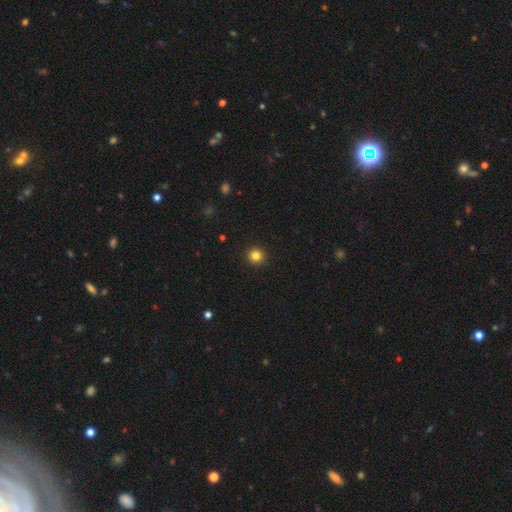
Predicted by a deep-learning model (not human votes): Smooth or featured?
  - smooth: 83% *
  - star or artifact: 12%
  - featured or disk: 4%
How rounded?
  - round: 94% *
  - in between: 5%
  - cigar-shaped: 1%
Merging?
  - none: 93% *
  - minor disturbance: 5%
  - major disturbance: 2%
  - merger: 1%